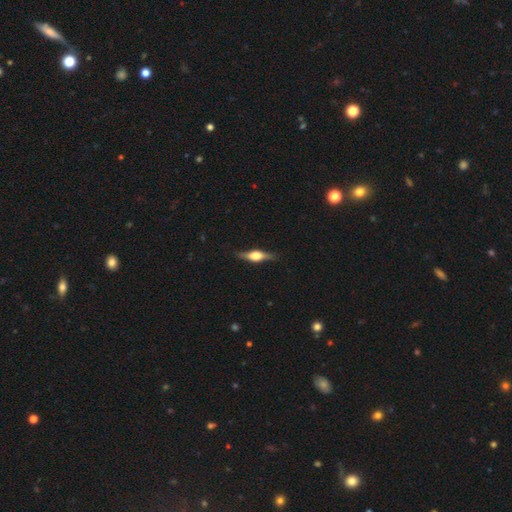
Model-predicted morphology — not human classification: Smooth or featured? Predicted: featured or disk (p=0.69). Edge-on disk? Predicted: yes (p=0.96). Edge-on bulge? Predicted: rounded (p=0.91). Merging? Predicted: none (p=0.86).